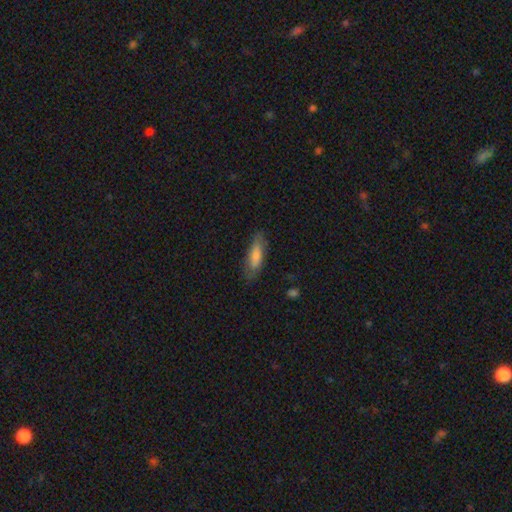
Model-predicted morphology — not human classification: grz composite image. It shows a smooth galaxy with no disk features (72%) that is cigar-shaped (51%). Merging: none (77%).